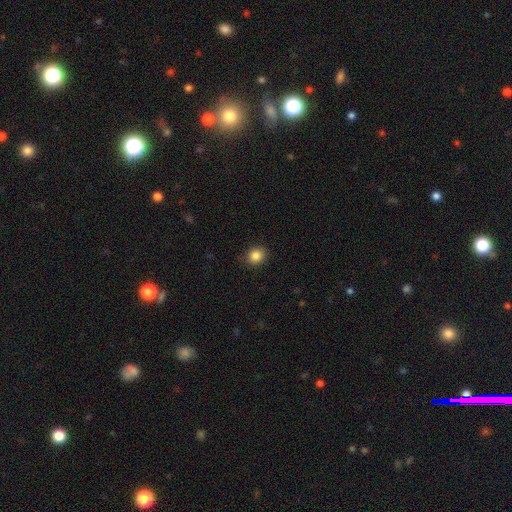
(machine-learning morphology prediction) smooth-or-featured: smooth: 86% | star or artifact: 10% | featured or disk: 4%
  how-rounded: round: 72% | in between: 27% | cigar-shaped: 1%
  merging: none: 87% | minor disturbance: 10% | major disturbance: 2% | merger: 1%